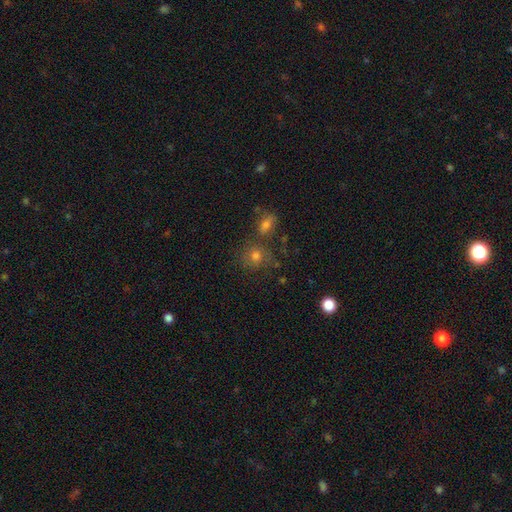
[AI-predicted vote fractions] Smooth or featured? smooth (64%)
How rounded? round (81%)
Merging? none (61%)